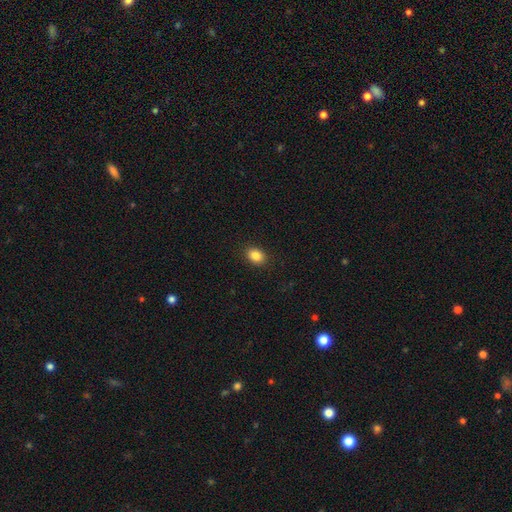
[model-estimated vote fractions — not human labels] The model was most divided on "how rounded": in between: 66%, round: 33%, cigar-shaped: 1%. More confident: merging — none (90%); smooth or featured — smooth (86%).